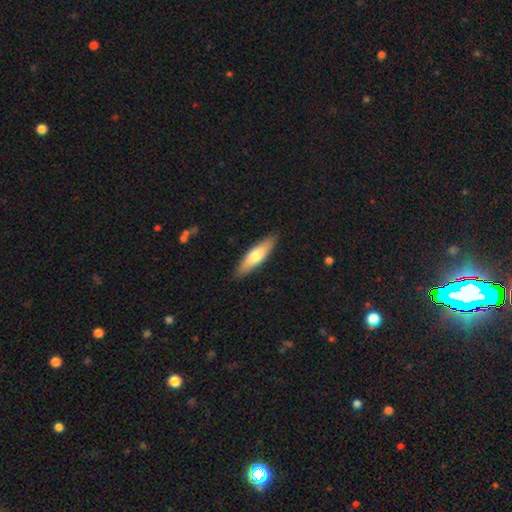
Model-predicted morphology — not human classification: type=smooth (66%); roundness=cigar-shaped (65%); merging=none (89%).